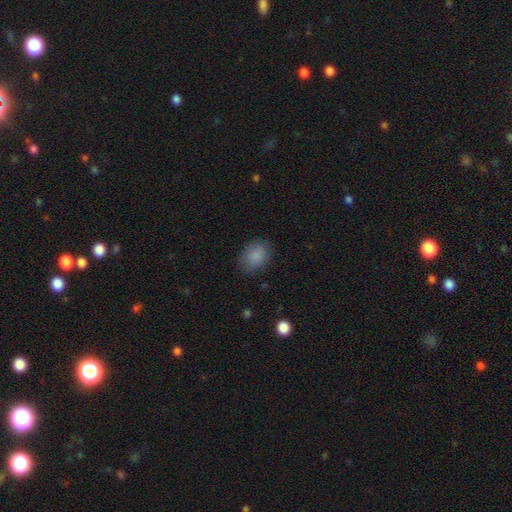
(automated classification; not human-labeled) This is clearly a smooth galaxy (87%). How rounded: likely in between (64%). Merging: clearly none (80%).